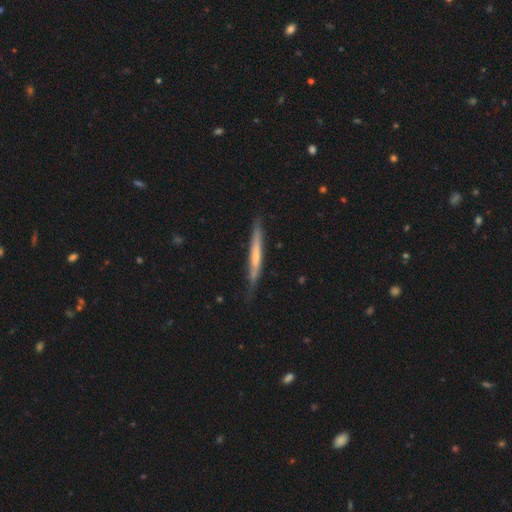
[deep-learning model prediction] Morphology: type=featured or disk (49%); merging=none (74%).